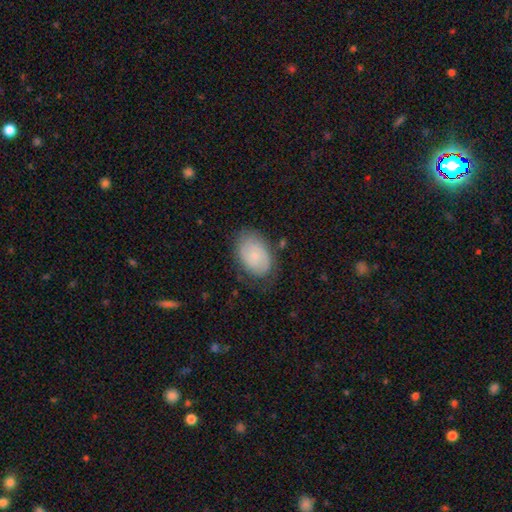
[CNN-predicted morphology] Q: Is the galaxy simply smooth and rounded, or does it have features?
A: featured or disk — 46%, tied with smooth.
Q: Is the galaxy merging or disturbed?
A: none — 73%.